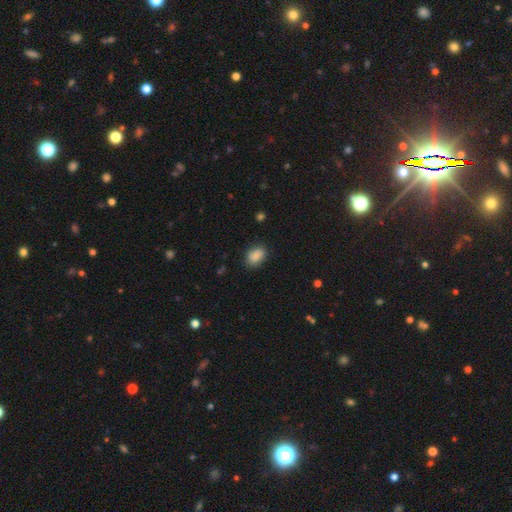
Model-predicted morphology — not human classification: Overall: smooth (88%). How rounded: in between (79%). Merging: none (80%).